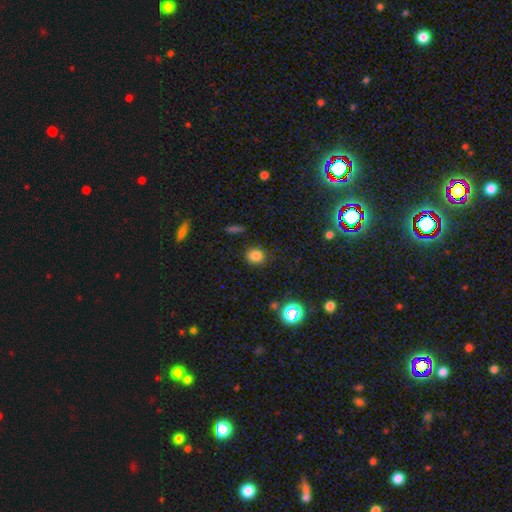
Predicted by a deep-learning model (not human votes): Smooth or featured? Predicted: smooth (p=0.80). How rounded? Predicted: round (p=0.74). Merging? Predicted: none (p=0.84).